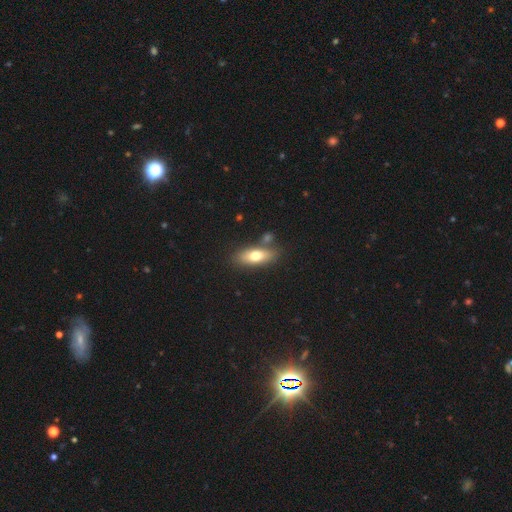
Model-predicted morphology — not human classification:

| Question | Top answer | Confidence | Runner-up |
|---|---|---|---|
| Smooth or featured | smooth | 69% | featured or disk (24%) |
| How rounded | in between | 70% | cigar-shaped (26%) |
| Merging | none | 72% | minor disturbance (13%) |